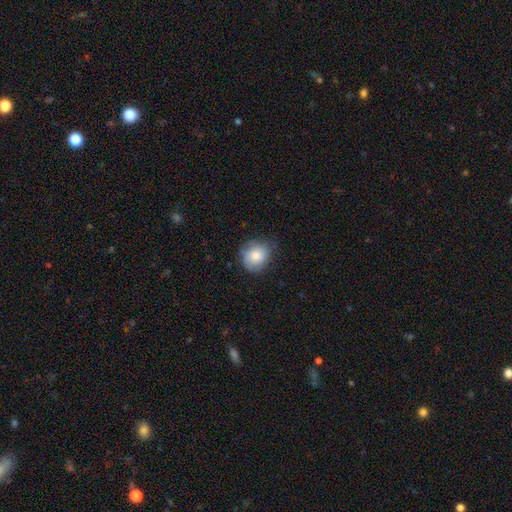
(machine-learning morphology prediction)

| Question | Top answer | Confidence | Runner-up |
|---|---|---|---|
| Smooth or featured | smooth | 76% | featured or disk (17%) |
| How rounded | round | 74% | in between (25%) |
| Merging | none | 59% | minor disturbance (32%) |